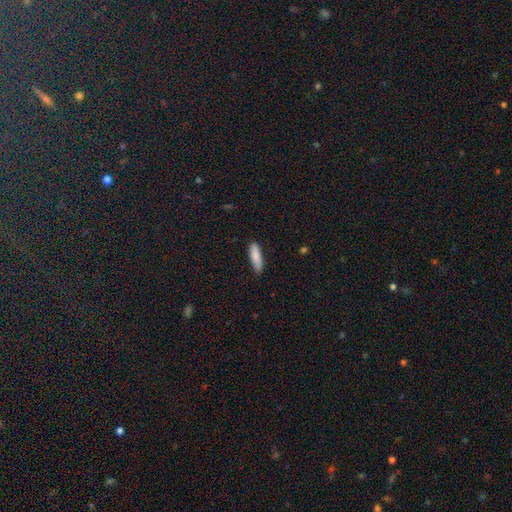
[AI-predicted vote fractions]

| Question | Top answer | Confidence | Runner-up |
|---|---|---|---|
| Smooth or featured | smooth | 87% | featured or disk (7%) |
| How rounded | cigar-shaped | 62% | in between (37%) |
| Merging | none | 81% | minor disturbance (15%) |